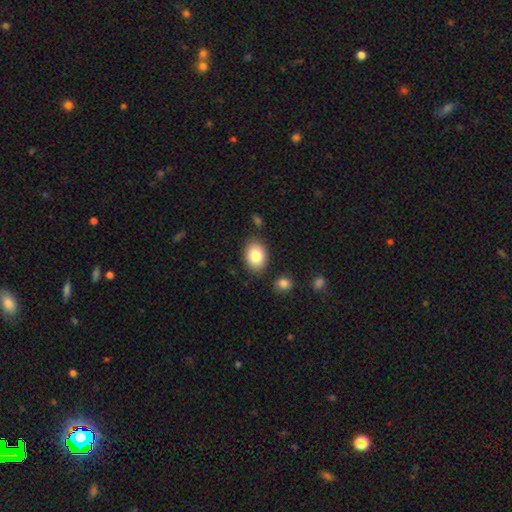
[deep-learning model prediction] This appears to be a smooth galaxy with no disk features (83%) that is in between round and cigar-shaped (74%). Merging: none (83%).